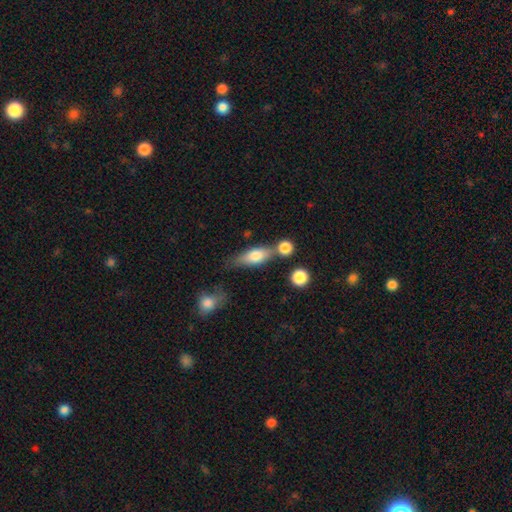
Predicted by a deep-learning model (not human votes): Overall: smooth (67%). How rounded: in between (64%; cigar-shaped 30%). Merging: none (52%; merger 25%).